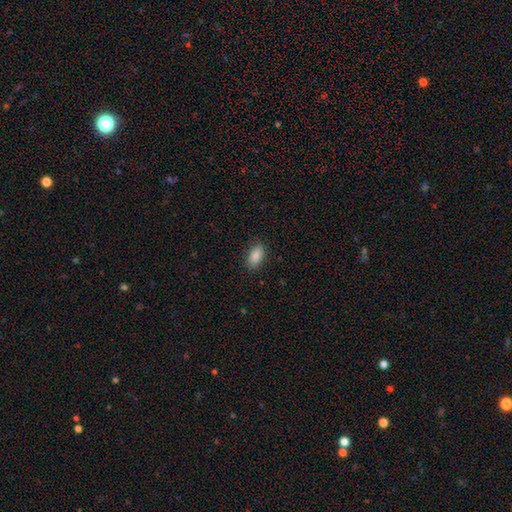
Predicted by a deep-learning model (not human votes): Smooth or featured?
  - smooth: 88% *
  - star or artifact: 7%
  - featured or disk: 4%
How rounded?
  - in between: 92% *
  - round: 4%
  - cigar-shaped: 4%
Merging?
  - none: 87% *
  - minor disturbance: 10%
  - major disturbance: 3%
  - merger: 1%